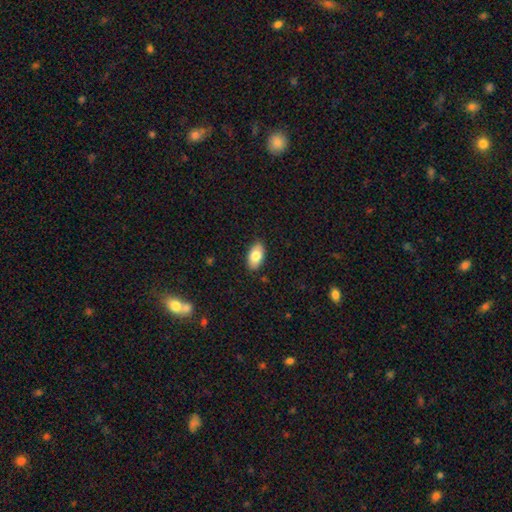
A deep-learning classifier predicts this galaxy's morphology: A smooth galaxy with no disk features (82%) that is in between round and cigar-shaped (94%).

Vote fractions:
- Smooth or featured? smooth: 82% / featured or disk: 12% / star or artifact: 7%
- How rounded? in between: 94% / round: 4% / cigar-shaped: 3%
- Merging? none: 88% / minor disturbance: 9% / major disturbance: 2% / merger: 1%